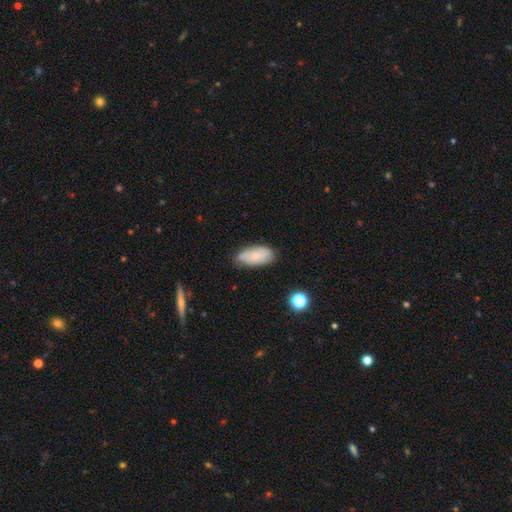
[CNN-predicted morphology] The model was most divided on "merging": none: 70%, minor disturbance: 24%, major disturbance: 4%, merger: 2%. More confident: how rounded — in between (90%); smooth or featured — smooth (72%).